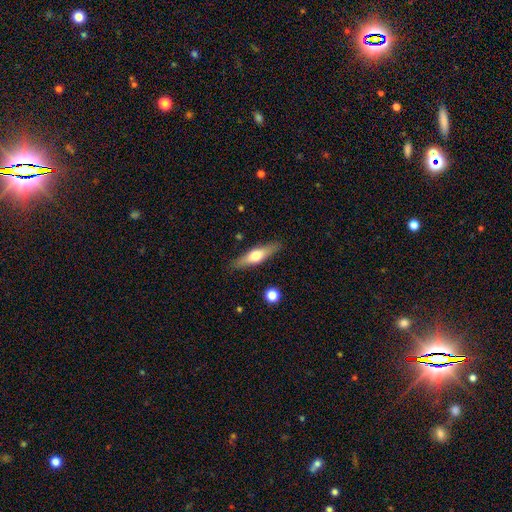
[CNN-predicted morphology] Smooth or featured? Predicted: smooth (p=0.49). Merging? Predicted: none (p=0.87).